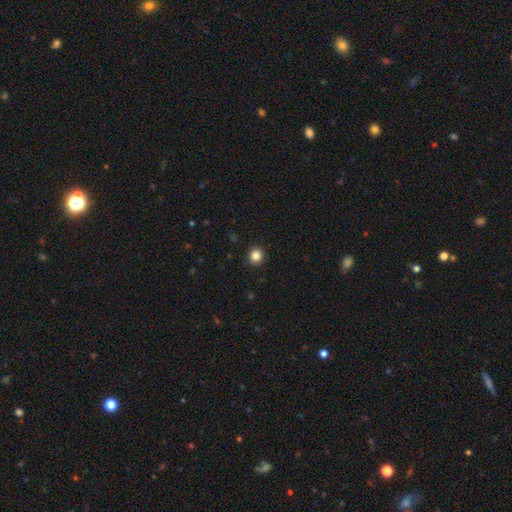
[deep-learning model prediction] Smooth or featured? smooth (84%)
How rounded? round (91%)
Merging? none (93%)